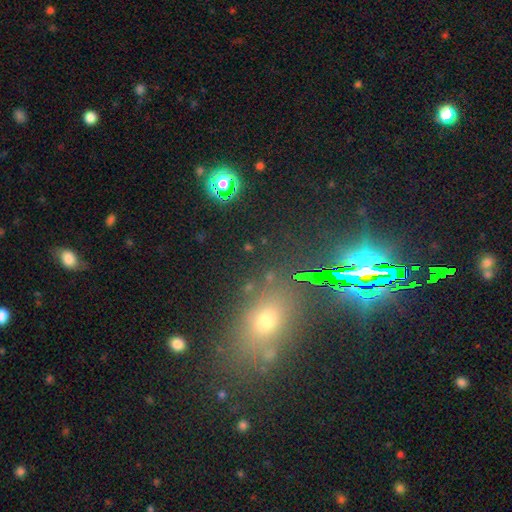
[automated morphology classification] Overall: star or artifact (50%; smooth 36%).